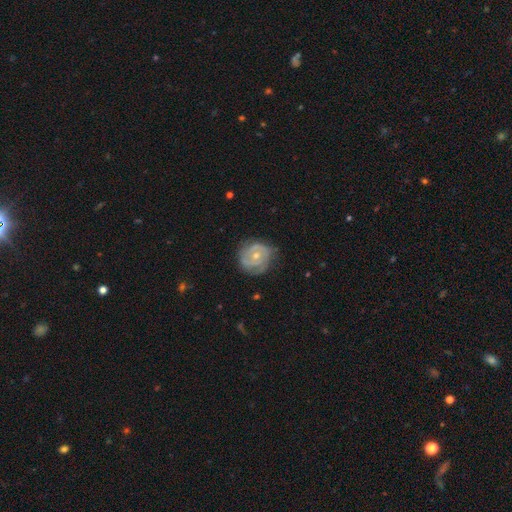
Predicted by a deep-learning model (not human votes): Smooth or featured: featured or disk — 75% (smooth — 19%)
Edge-on disk: no — 97% (yes — 3%)
Bar: no — 74% (weak — 21%)
Spiral arms: yes — 84% (no — 16%)
Spiral winding: tight — 64% (medium — 28%)
Spiral arm count: 2 — 44% (can't tell — 28%)
Bulge size: moderate — 55% (small — 41%)
Merging: none — 69% (minor disturbance — 22%)